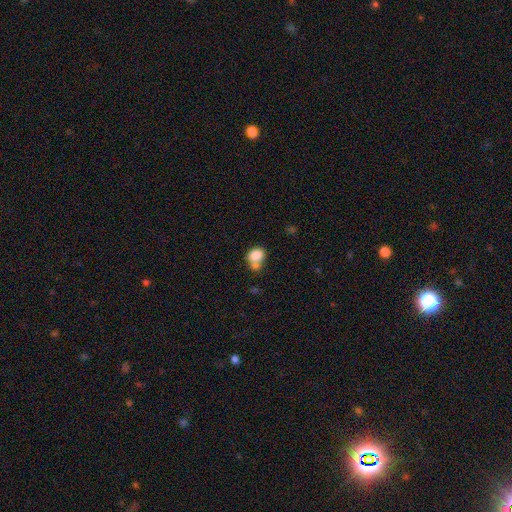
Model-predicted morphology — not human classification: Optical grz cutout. It shows a smooth galaxy with no disk features (81%) that is in between round and cigar-shaped (55%). Merging: merger (47%).